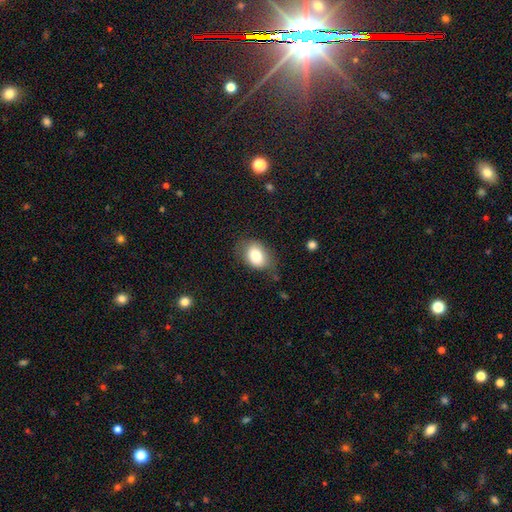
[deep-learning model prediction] Morphology: type=smooth (81%); roundness=in between (77%); merging=none (68%).